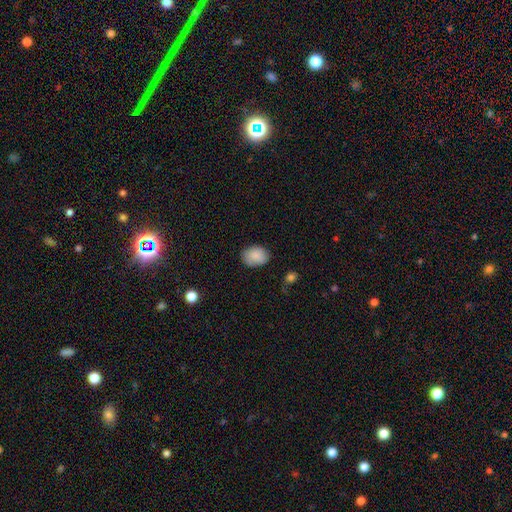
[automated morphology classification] smooth-or-featured: smooth: 88% | star or artifact: 7% | featured or disk: 5%
  how-rounded: in between: 67% | round: 32% | cigar-shaped: 1%
  merging: none: 77% | minor disturbance: 18% | major disturbance: 4% | merger: 1%